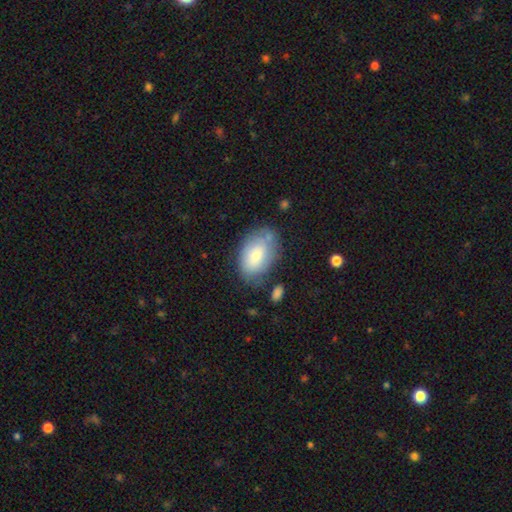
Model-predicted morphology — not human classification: The model was most divided on "merging": none: 64%, minor disturbance: 22%, major disturbance: 7%, merger: 6%. More confident: how rounded — in between (91%); smooth or featured — smooth (74%).